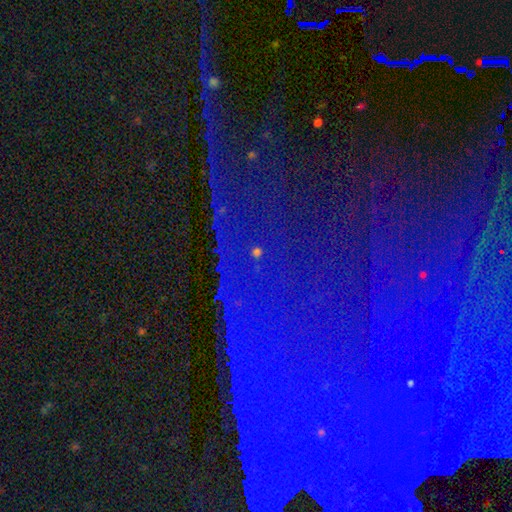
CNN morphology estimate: This appears to be a star or artifact, not a galaxy (85%).